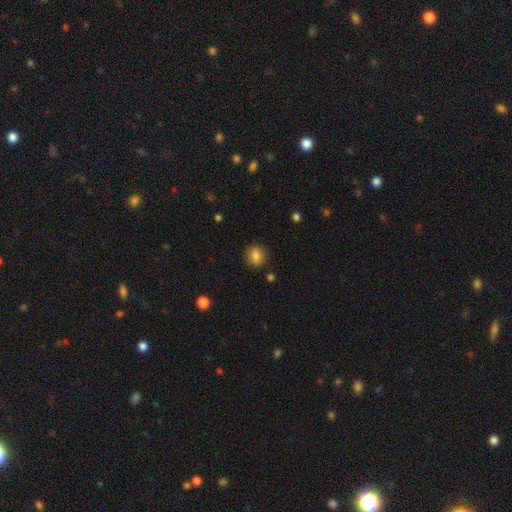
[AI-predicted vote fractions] Smooth or featured: smooth — 84% (star or artifact — 10%)
How rounded: round — 80% (in between — 19%)
Merging: none — 88% (minor disturbance — 8%)